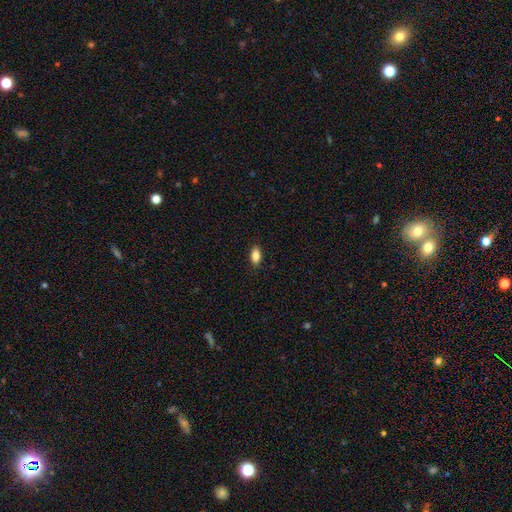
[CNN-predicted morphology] Smooth or featured? Predicted: smooth (p=0.85). How rounded? Predicted: in between (p=0.90). Merging? Predicted: none (p=0.89).